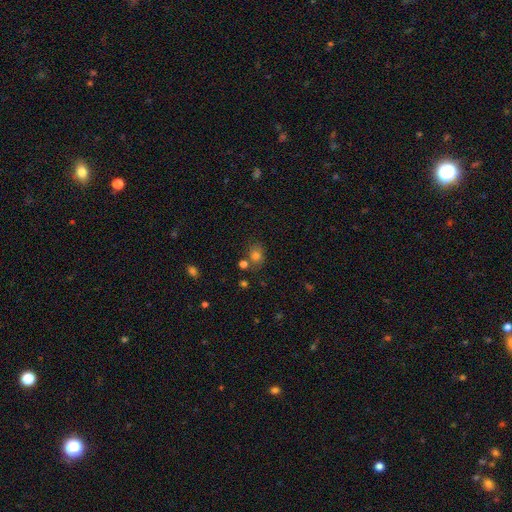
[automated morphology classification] smooth_or_featured: smooth (p=0.76) [alt: star or artifact p=0.15]
how_rounded: round (p=0.60) [alt: in between p=0.39]
merging: none (p=0.67) [alt: merger p=0.15]